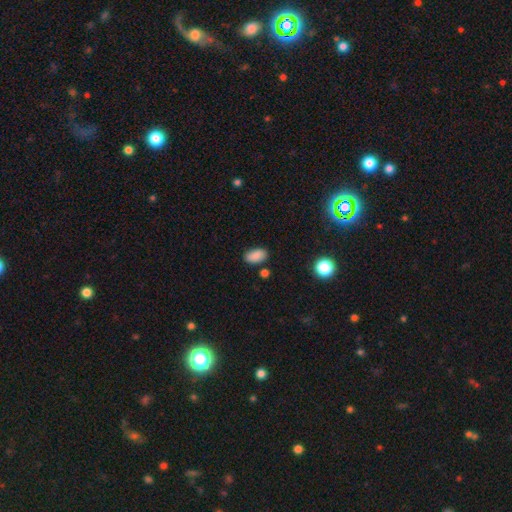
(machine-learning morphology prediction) Smooth or featured?
  - smooth: 86% *
  - star or artifact: 9%
  - featured or disk: 5%
How rounded?
  - in between: 93% *
  - round: 5%
  - cigar-shaped: 2%
Merging?
  - none: 81% *
  - minor disturbance: 13%
  - merger: 4%
  - major disturbance: 3%